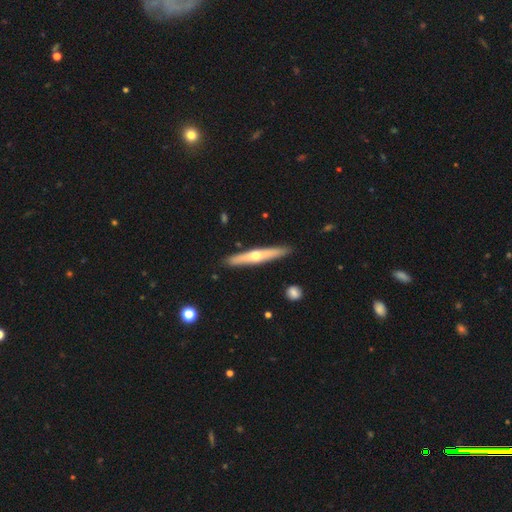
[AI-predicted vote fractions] A featured or disk galaxy (59%) viewed edge-on (94%) with a rounded central bulge (90%).

Vote fractions:
- Smooth or featured? featured or disk: 59% / smooth: 36% / star or artifact: 5%
- Edge-on disk? yes: 94% / no: 6%
- Edge-on bulge? rounded: 90% / none: 8% / boxy: 2%
- Merging? none: 90% / minor disturbance: 7% / major disturbance: 1% / merger: 1%